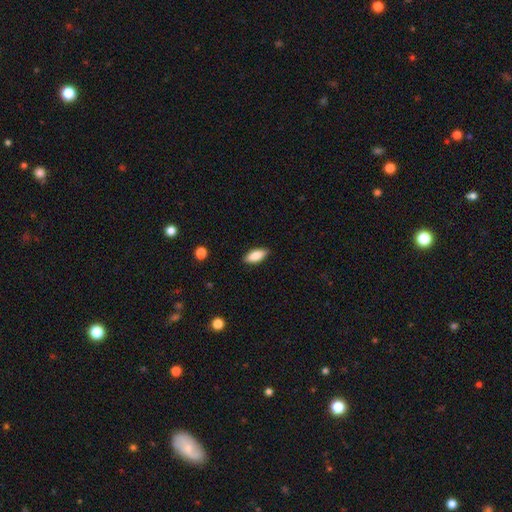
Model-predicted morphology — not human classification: Q: Smooth or featured?
A: smooth (84%); runner-up: featured or disk (9%)
Q: How rounded?
A: in between (82%); runner-up: cigar-shaped (16%)
Q: Merging?
A: none (87%); runner-up: minor disturbance (10%)